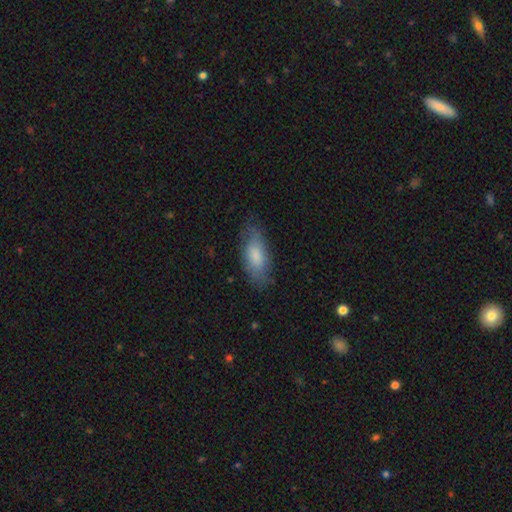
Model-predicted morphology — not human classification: Smooth or featured? Predicted: smooth (p=0.79). How rounded? Predicted: in between (p=0.82). Merging? Predicted: none (p=0.74).